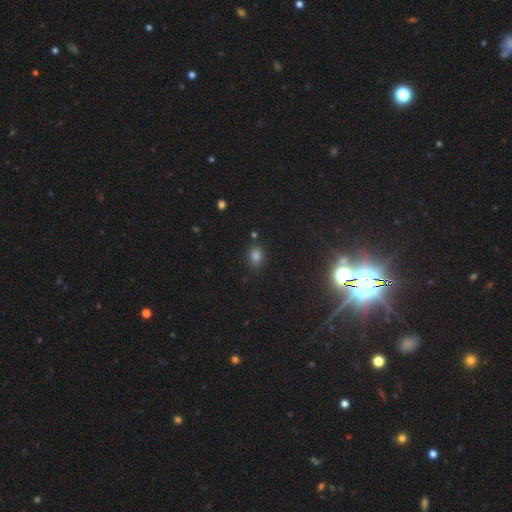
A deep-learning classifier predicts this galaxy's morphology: Q: Smooth or featured?
A: smooth (73%); runner-up: star or artifact (21%)
Q: How rounded?
A: in between (69%); runner-up: round (29%)
Q: Merging?
A: none (81%); runner-up: minor disturbance (12%)